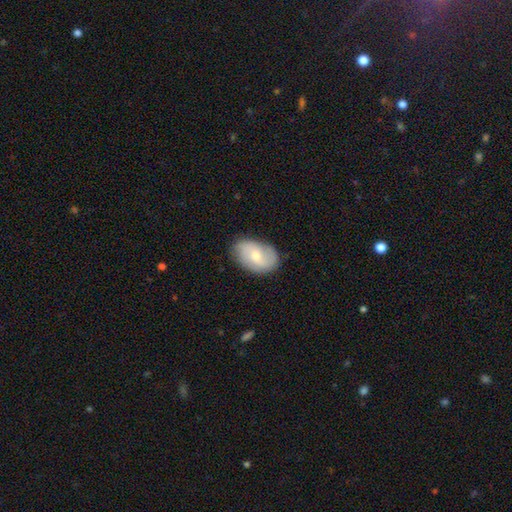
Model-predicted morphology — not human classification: featured or disk 47%, smooth 46%, star or artifact 7%. Down the decision tree: merging — none (79%).